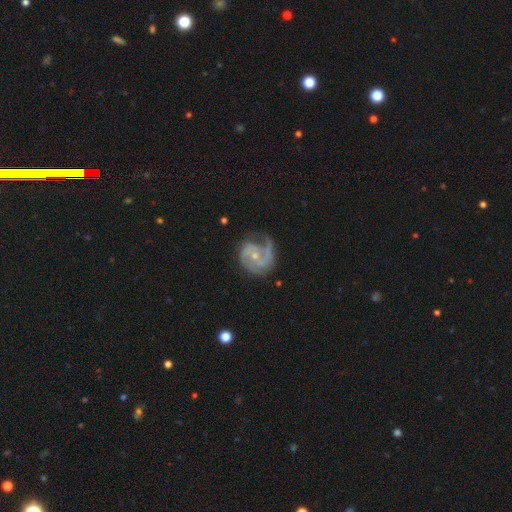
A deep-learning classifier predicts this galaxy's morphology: type=featured or disk (87%); edge-on=no (98%); bar=no (64%); spiral arms=yes (96%); winding=medium (46%); arm count=2 (57%); bulge=small (67%); merging=none (57%).